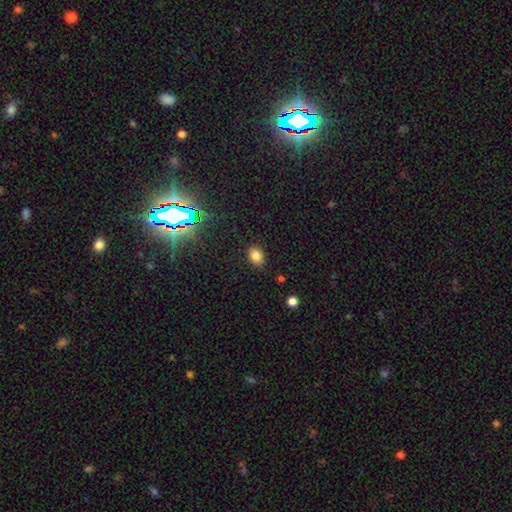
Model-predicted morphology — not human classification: This appears to be a smooth galaxy with no disk features (81%) that is in between round and cigar-shaped (69%). Merging: none (86%).